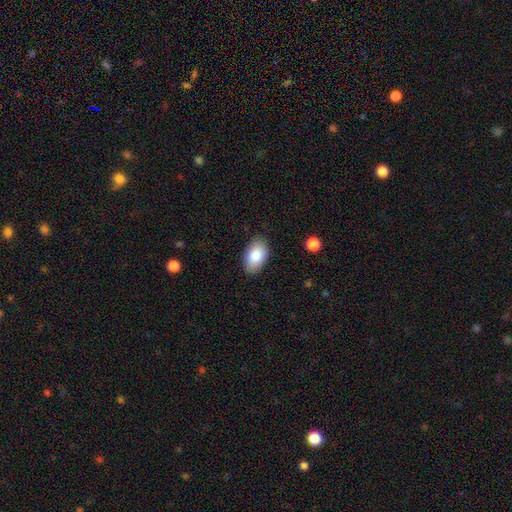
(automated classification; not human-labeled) Smooth or featured: smooth — 84% (featured or disk — 10%)
How rounded: in between — 94% (round — 5%)
Merging: none — 86% (minor disturbance — 11%)